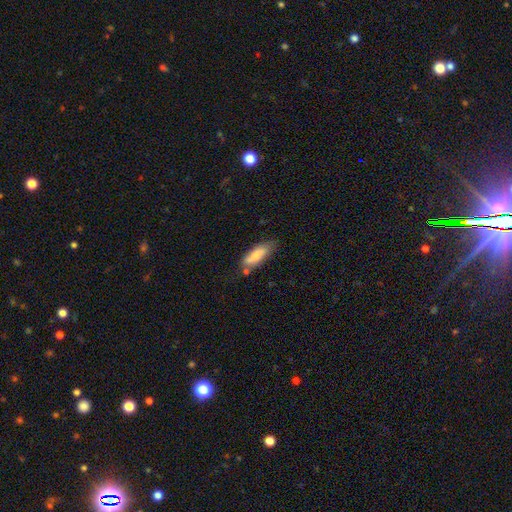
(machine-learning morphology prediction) type=smooth (78%); roundness=in between (54%); merging=none (62%).